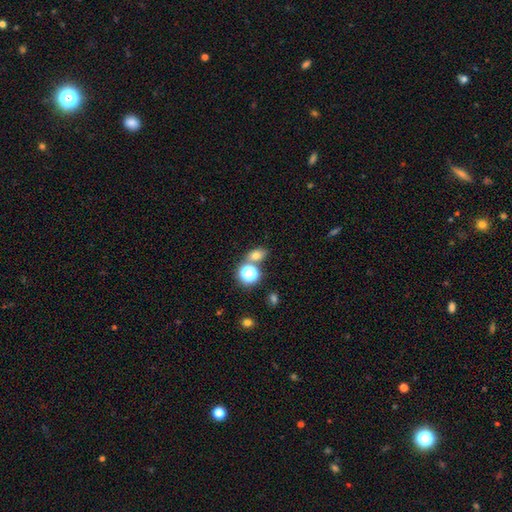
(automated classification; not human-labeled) This is likely a smooth galaxy (70%). How rounded: likely in between (61%). Merging: likely none (66%).